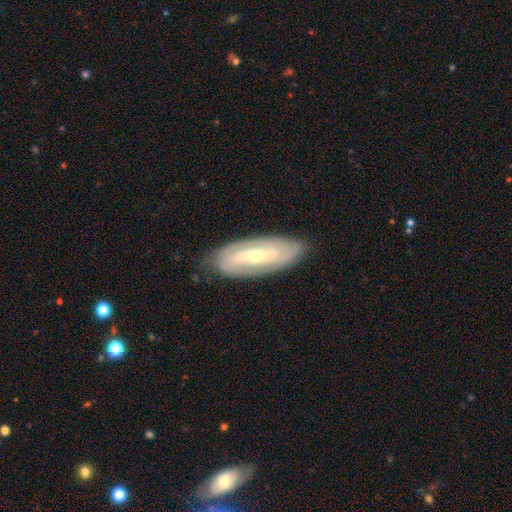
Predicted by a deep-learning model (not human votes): A featured or disk galaxy (77%) with a weak bar (36%), 2 (58%) tight (52%) spiral arms (84%) and a small central bulge (56%).

Vote fractions:
- Smooth or featured? featured or disk: 77% / smooth: 17% / star or artifact: 6%
- Edge-on disk? no: 86% / yes: 14%
- Bar? weak: 36% / no: 34% / strong: 31%
- Spiral arms? yes: 84% / no: 16%
- Spiral winding? tight: 52% / medium: 33% / loose: 15%
- Spiral arm count? 2: 58% / can't tell: 28% / 3: 6% / 1: 3% / 4: 3% / more than 4: 2%
- Bulge size? small: 56% / moderate: 41% / large: 2% / none: 1% / dominant: 1%
- Merging? none: 81% / minor disturbance: 14% / major disturbance: 4% / merger: 1%